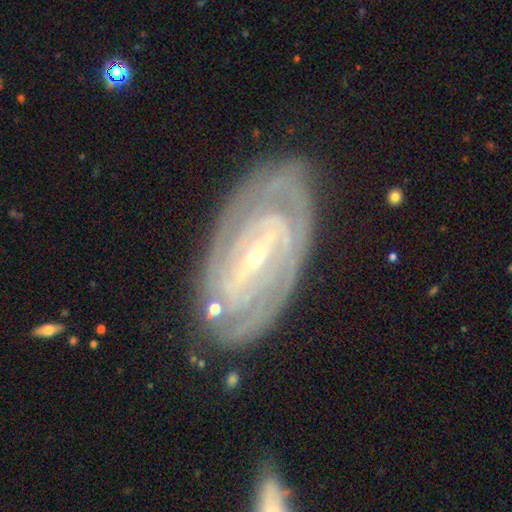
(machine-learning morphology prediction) featured or disk 88%, smooth 7%, star or artifact 5%. Down the decision tree: edge-on disk — no (94%); bar — strong (51%); spiral arms — yes (92%); spiral arm count — 2 (37%); spiral winding — tight (74%); bulge size — small (81%); merging — none (79%).